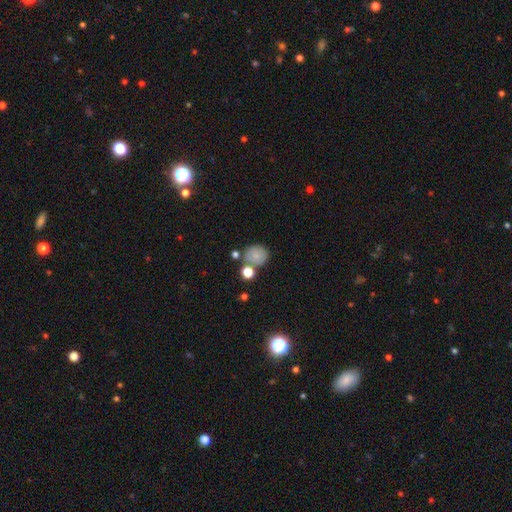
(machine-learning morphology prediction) A smooth galaxy with no disk features (78%) that is round (78%). Merging: none (63%).